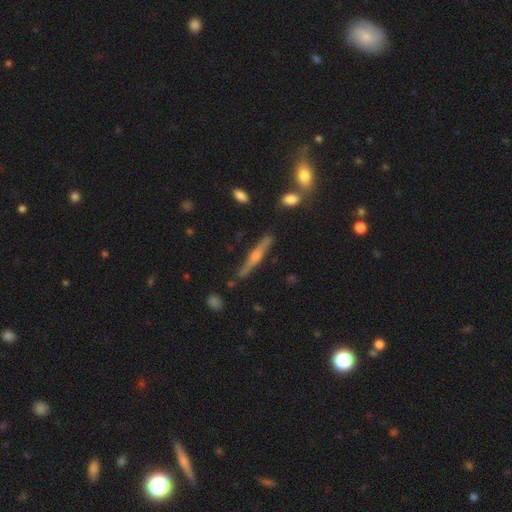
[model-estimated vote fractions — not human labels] Smooth or featured? featured or disk (64%)
Edge-on disk? yes (96%)
Edge-on bulge? rounded (83%)
Merging? none (83%)